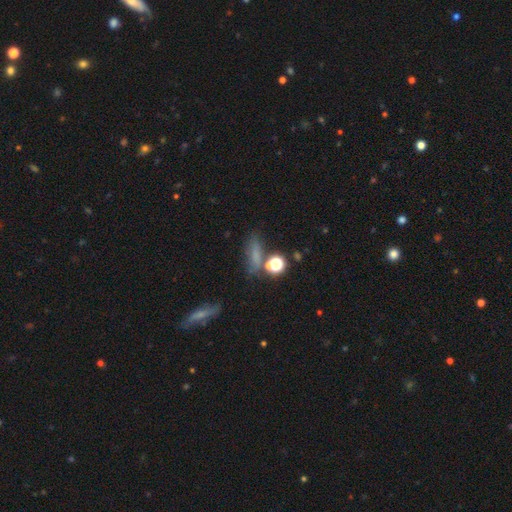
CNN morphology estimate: Q: Smooth or featured?
A: smooth (61%); runner-up: star or artifact (24%)
Q: How rounded?
A: cigar-shaped (45%); runner-up: in between (36%)
Q: Merging?
A: none (59%); runner-up: minor disturbance (16%)